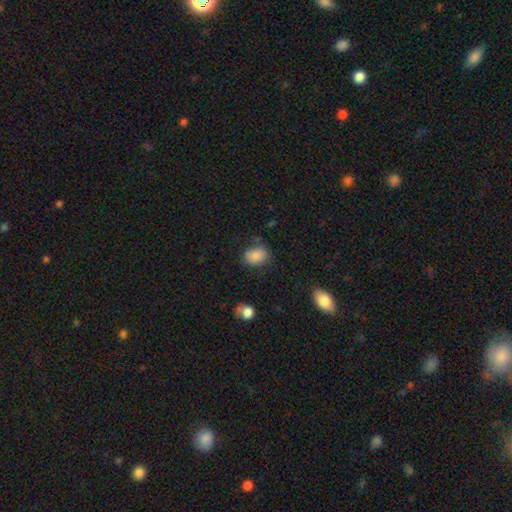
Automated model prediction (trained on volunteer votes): A smooth galaxy with no disk features (84%) that is in between round and cigar-shaped (63%).

Vote fractions:
- Smooth or featured? smooth: 84% / star or artifact: 9% / featured or disk: 7%
- How rounded? in between: 63% / round: 36% / cigar-shaped: 1%
- Merging? none: 72% / minor disturbance: 19% / major disturbance: 5% / merger: 4%